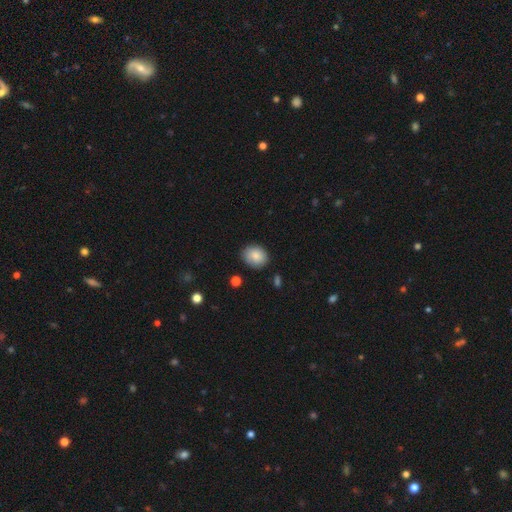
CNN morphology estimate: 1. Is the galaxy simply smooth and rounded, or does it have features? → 84% smooth, 9% featured or disk, 8% star or artifact.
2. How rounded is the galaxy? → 57% round, 42% in between, 1% cigar-shaped.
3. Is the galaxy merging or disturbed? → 79% none, 16% minor disturbance, 3% major disturbance, 2% merger.